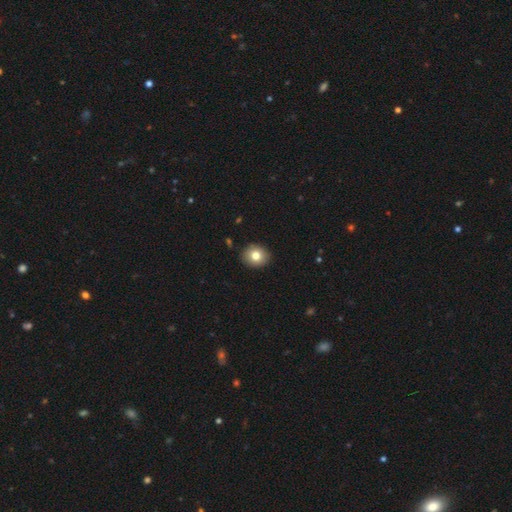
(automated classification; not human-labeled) Smooth or featured? Predicted: smooth (p=0.79). How rounded? Predicted: round (p=0.70). Merging? Predicted: none (p=0.90).